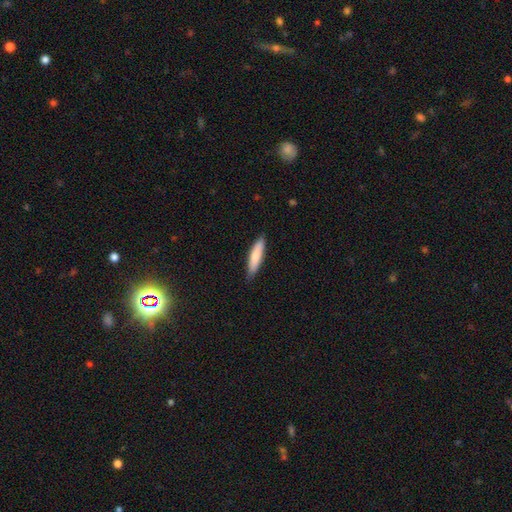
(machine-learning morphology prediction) Smooth or featured?
  - smooth: 77% *
  - featured or disk: 18%
  - star or artifact: 5%
How rounded?
  - cigar-shaped: 78% *
  - in between: 21%
  - round: 1%
Merging?
  - none: 85% *
  - minor disturbance: 12%
  - major disturbance: 2%
  - merger: 1%